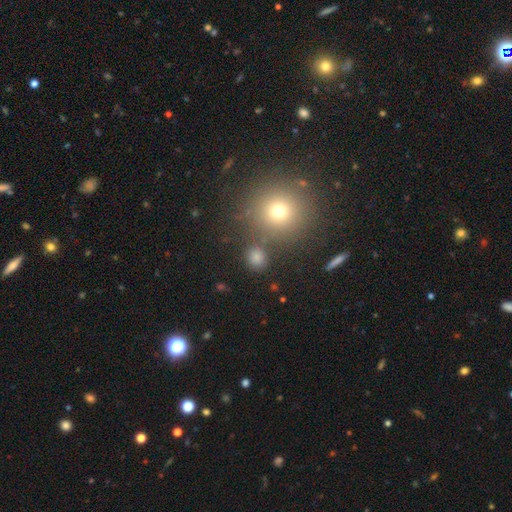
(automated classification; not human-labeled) Smooth or featured: smooth — 66% (star or artifact — 25%)
How rounded: round — 88% (in between — 11%)
Merging: none — 81% (minor disturbance — 8%)